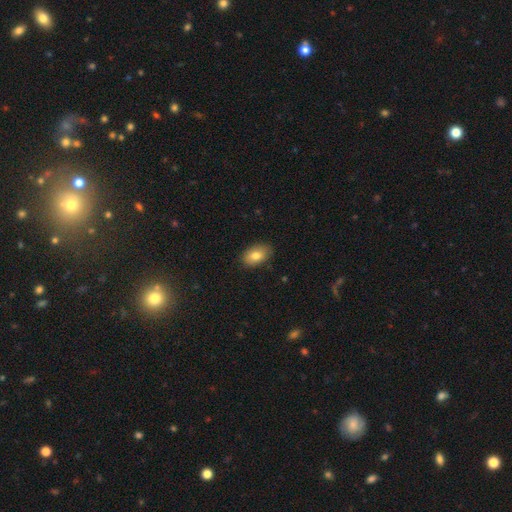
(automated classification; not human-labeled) Morphology: type=smooth (80%); roundness=in between (91%); merging=none (86%).